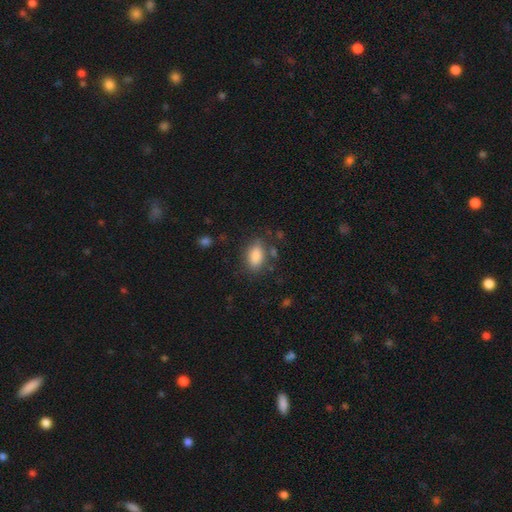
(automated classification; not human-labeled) Q: Smooth or featured?
A: smooth (86%); runner-up: star or artifact (8%)
Q: How rounded?
A: in between (88%); runner-up: round (9%)
Q: Merging?
A: none (74%); runner-up: minor disturbance (16%)